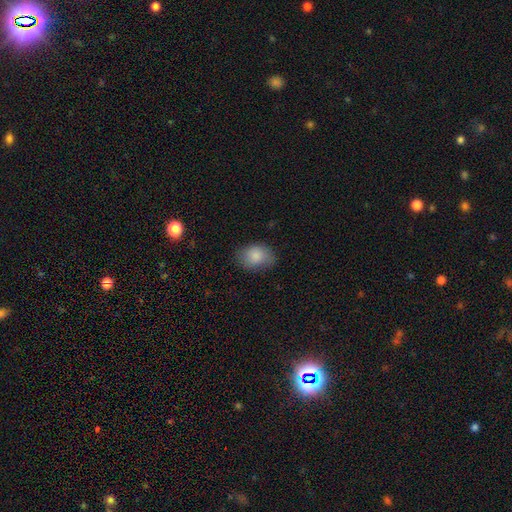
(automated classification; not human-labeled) The model was most divided on "how rounded": in between: 73%, round: 26%, cigar-shaped: 1%. More confident: smooth or featured — smooth (85%); merging — none (74%).